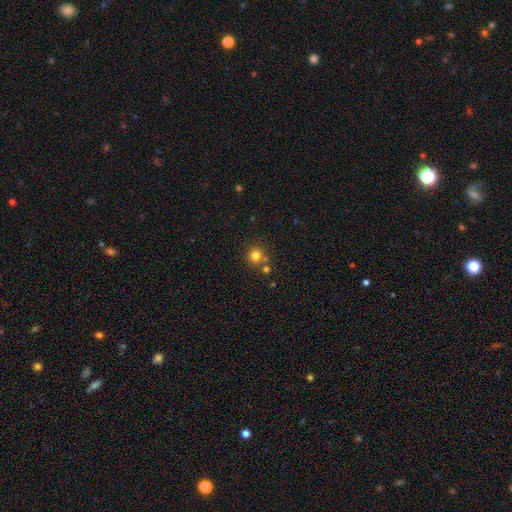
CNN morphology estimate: Smooth or featured: smooth — 79% (star or artifact — 14%)
How rounded: round — 91% (in between — 8%)
Merging: none — 68% (merger — 20%)